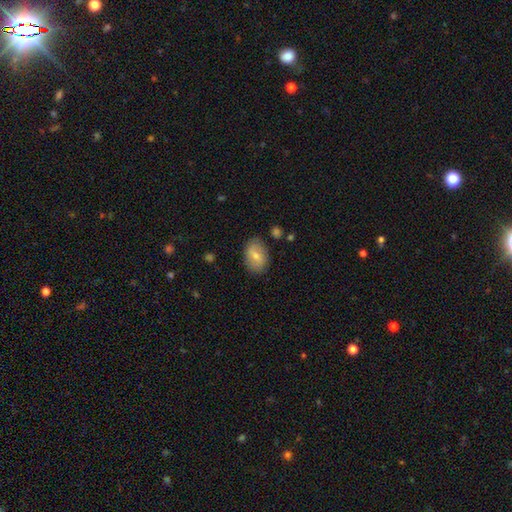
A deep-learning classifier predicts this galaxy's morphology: Overall: smooth (68%). How rounded: in between (84%). Merging: none (83%).